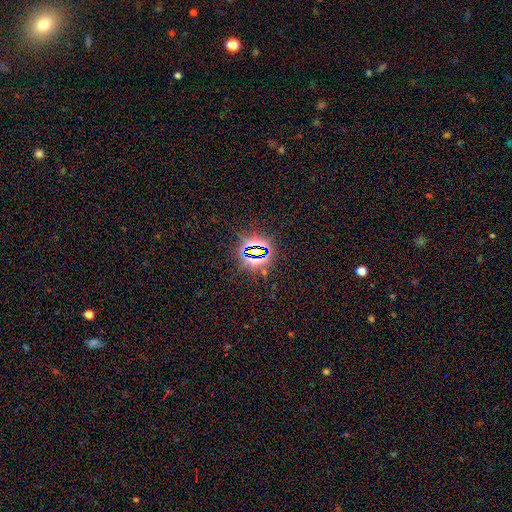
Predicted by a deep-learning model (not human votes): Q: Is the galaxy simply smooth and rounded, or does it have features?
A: star or artifact — 80%.